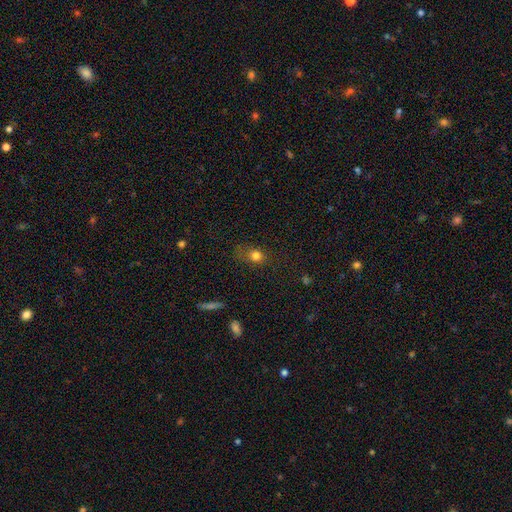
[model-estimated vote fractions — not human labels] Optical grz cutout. It shows a smooth galaxy with no disk features (76%) that is round (63%). Merging: none (64%).